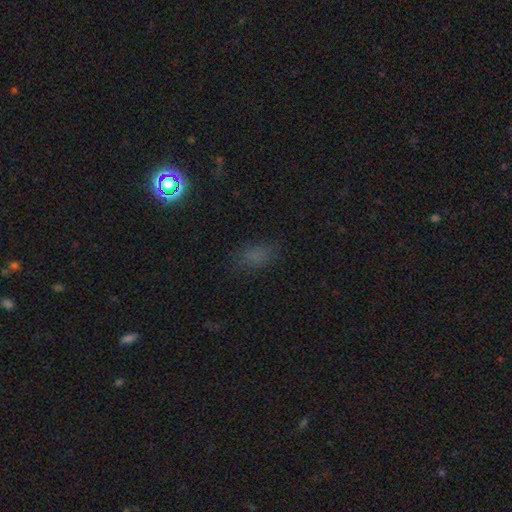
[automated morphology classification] type=smooth (66%); roundness=in between (83%); merging=none (73%).